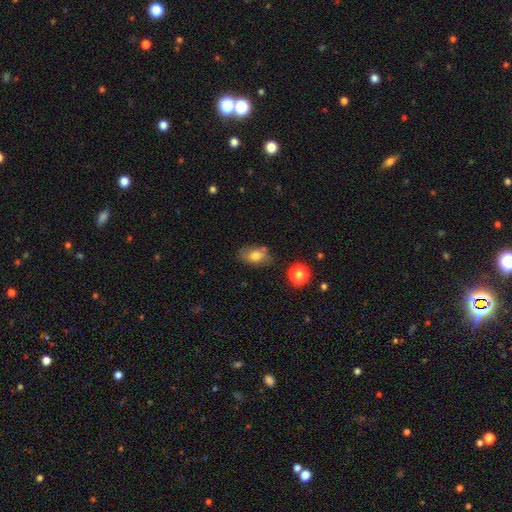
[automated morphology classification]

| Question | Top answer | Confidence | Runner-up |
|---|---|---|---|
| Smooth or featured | smooth | 75% | featured or disk (15%) |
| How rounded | in between | 85% | round (13%) |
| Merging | none | 68% | minor disturbance (20%) |